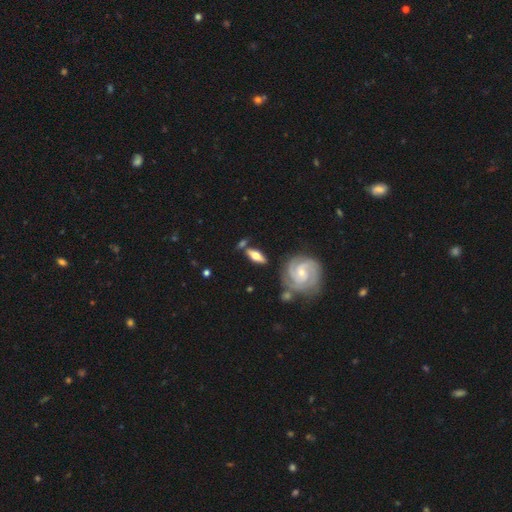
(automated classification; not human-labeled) This appears to be a featured or disk galaxy (62%). Merging: none (72%).